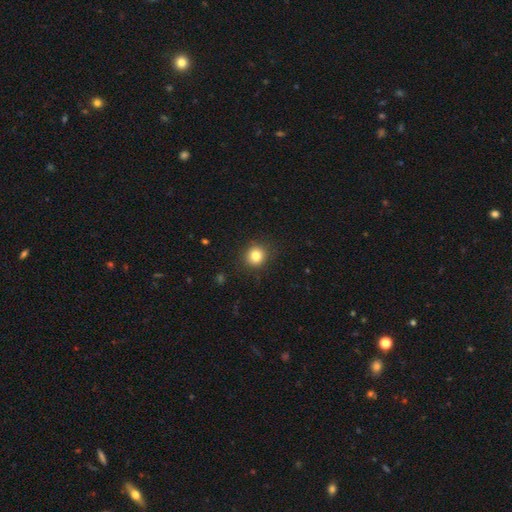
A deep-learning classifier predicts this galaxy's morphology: smooth-or-featured: smooth: 82% | star or artifact: 11% | featured or disk: 7%
  how-rounded: round: 91% | in between: 8% | cigar-shaped: 1%
  merging: none: 90% | minor disturbance: 7% | major disturbance: 2% | merger: 1%